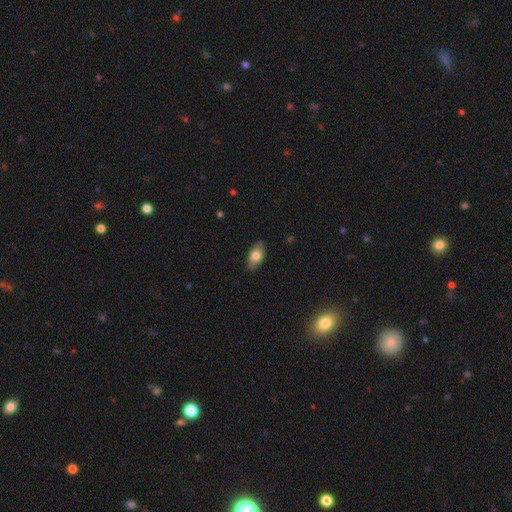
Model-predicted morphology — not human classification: Smooth or featured? smooth (74%)
How rounded? in between (90%)
Merging? none (86%)